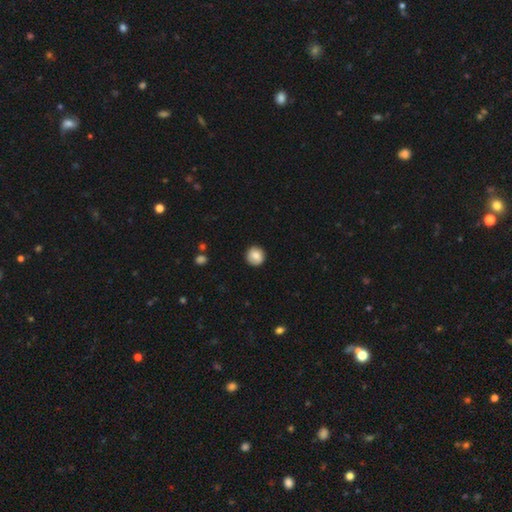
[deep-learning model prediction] smooth_or_featured: smooth (p=0.83) [alt: featured or disk p=0.09]
how_rounded: round (p=0.92) [alt: in between p=0.07]
merging: none (p=0.89) [alt: minor disturbance p=0.08]